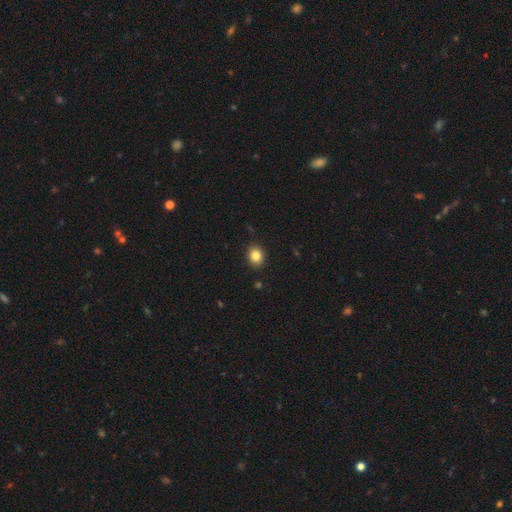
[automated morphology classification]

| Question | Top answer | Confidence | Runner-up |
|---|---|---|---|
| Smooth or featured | smooth | 84% | star or artifact (10%) |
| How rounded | round | 59% | in between (40%) |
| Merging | none | 90% | minor disturbance (7%) |